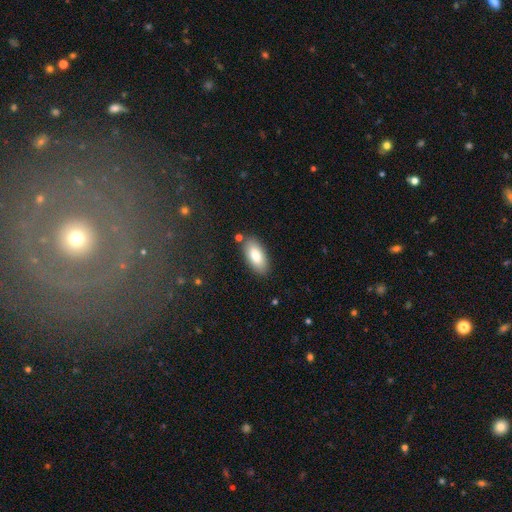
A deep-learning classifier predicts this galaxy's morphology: Smooth or featured? Predicted: smooth (p=0.83). How rounded? Predicted: in between (p=0.90). Merging? Predicted: none (p=0.84).